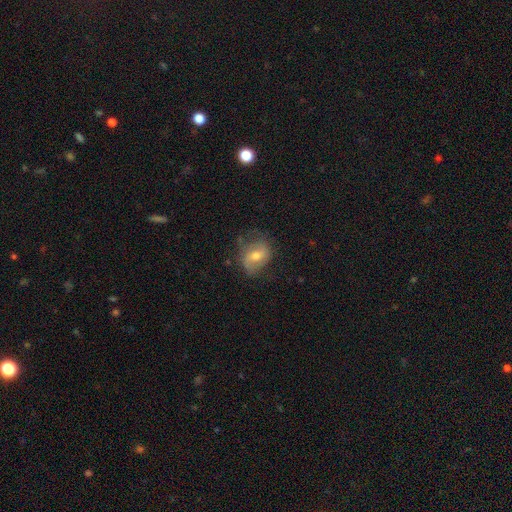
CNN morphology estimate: Smooth or featured? featured or disk (47%)
Merging? none (60%)